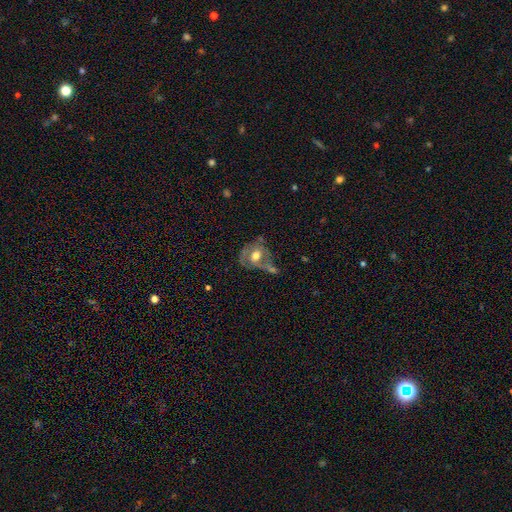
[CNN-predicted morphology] Smooth or featured?
  - featured or disk: 57% *
  - smooth: 35%
  - star or artifact: 8%
Edge-on disk?
  - no: 95% *
  - yes: 5%
Bar?
  - no: 66% *
  - weak: 27%
  - strong: 7%
Spiral arms?
  - yes: 56% *
  - no: 44%
Bulge size?
  - moderate: 69% *
  - large: 21%
  - small: 7%
  - none: 2%
  - dominant: 1%
Merging?
  - none: 33% *
  - merger: 24%
  - major disturbance: 22%
  - minor disturbance: 21%